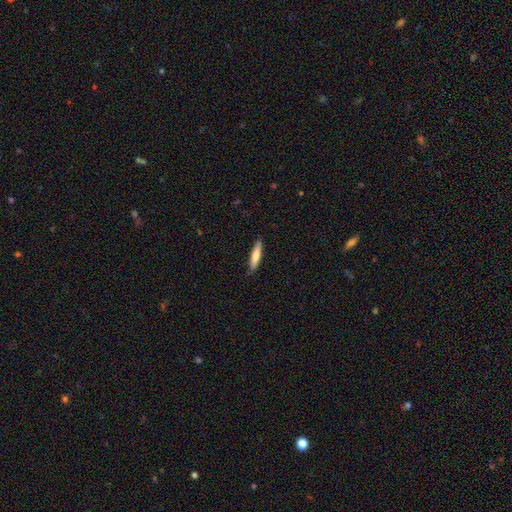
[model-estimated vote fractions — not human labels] Smooth or featured? Predicted: smooth (p=0.72). How rounded? Predicted: cigar-shaped (p=0.84). Merging? Predicted: none (p=0.84).